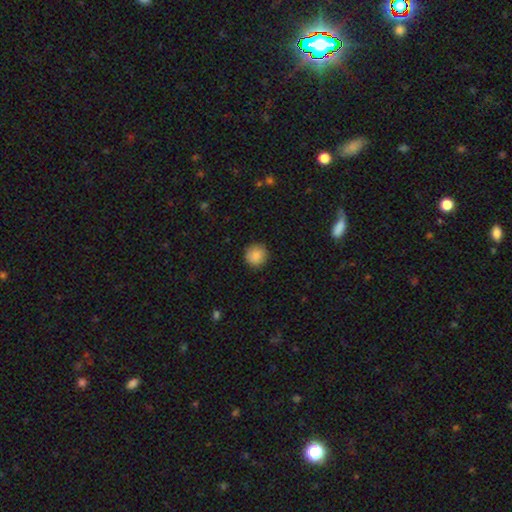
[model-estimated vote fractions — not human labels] Smooth or featured? smooth (87%)
How rounded? round (94%)
Merging? none (89%)